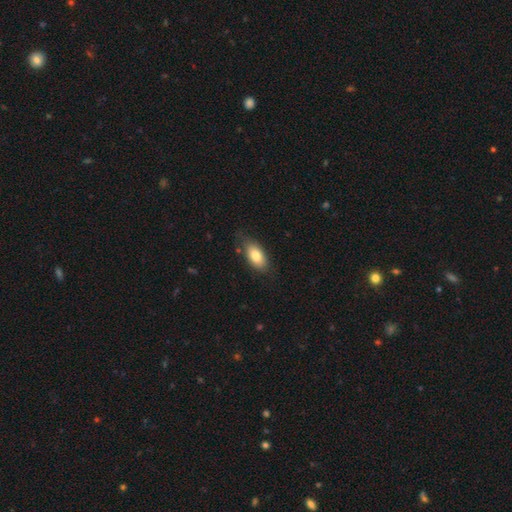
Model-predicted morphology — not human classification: smooth_or_featured: smooth (p=0.79) [alt: featured or disk p=0.14]
how_rounded: in between (p=0.90) [alt: cigar-shaped p=0.06]
merging: none (p=0.73) [alt: minor disturbance p=0.20]